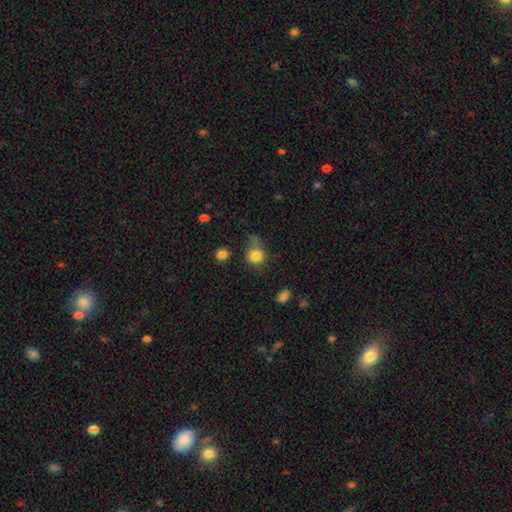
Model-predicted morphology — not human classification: smooth_or_featured: smooth (p=0.82) [alt: star or artifact p=0.11]
how_rounded: round (p=0.78) [alt: in between p=0.21]
merging: none (p=0.52) [alt: minor disturbance p=0.24]